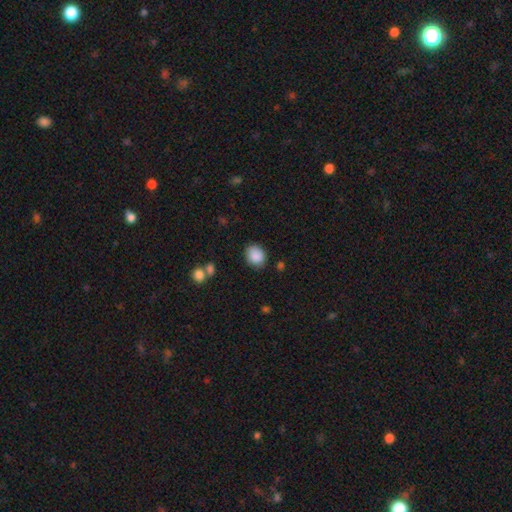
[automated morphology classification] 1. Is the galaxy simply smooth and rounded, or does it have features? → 88% smooth, 8% star or artifact, 4% featured or disk.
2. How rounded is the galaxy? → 59% round, 40% in between, 1% cigar-shaped.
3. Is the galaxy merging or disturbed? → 80% none, 14% minor disturbance, 3% major disturbance, 2% merger.